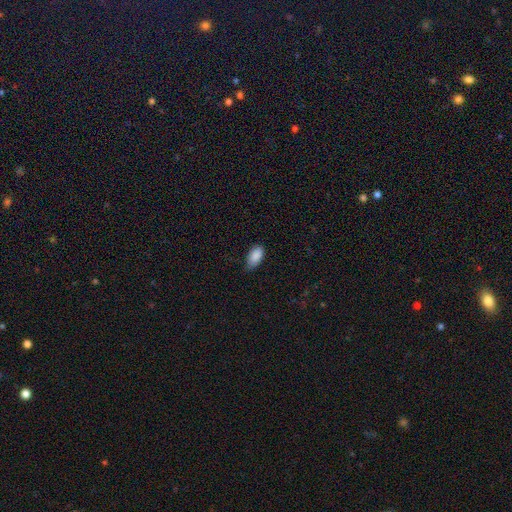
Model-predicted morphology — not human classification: Smooth or featured: smooth — 89% (star or artifact — 7%)
How rounded: in between — 94% (cigar-shaped — 3%)
Merging: none — 70% (minor disturbance — 26%)